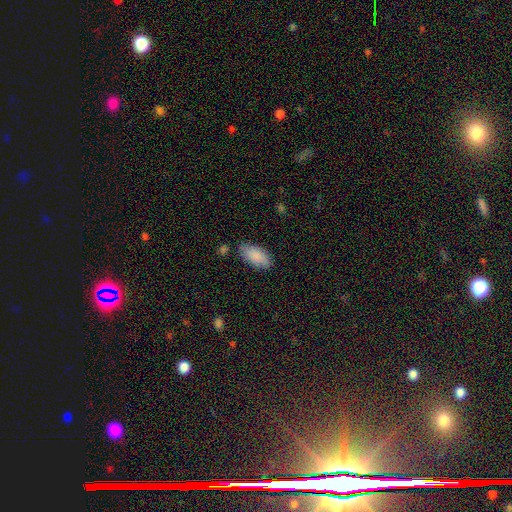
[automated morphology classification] This appears to be a smooth galaxy with no disk features (87%) that is in between round and cigar-shaped (91%). Merging: none (76%).